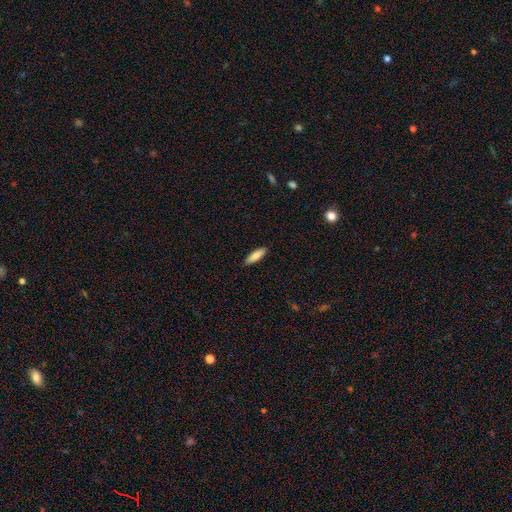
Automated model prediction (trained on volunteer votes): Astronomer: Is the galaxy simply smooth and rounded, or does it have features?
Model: smooth — 85%.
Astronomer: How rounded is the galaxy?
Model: cigar-shaped — 56% (runner-up: in between, 43%).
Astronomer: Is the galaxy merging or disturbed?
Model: none — 88%.